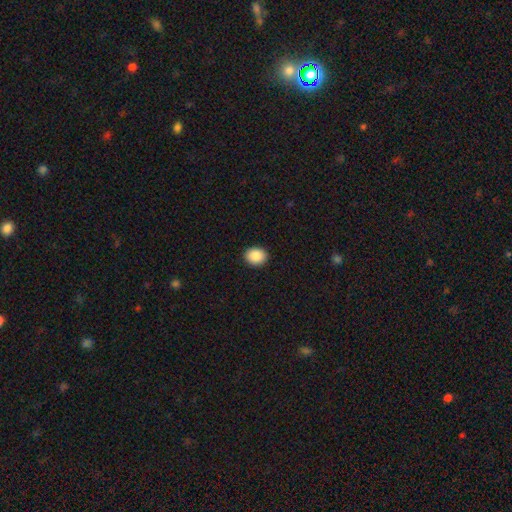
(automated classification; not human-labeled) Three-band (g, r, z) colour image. It shows a smooth galaxy with no disk features (89%) that is round (59%). Merging: none (92%).